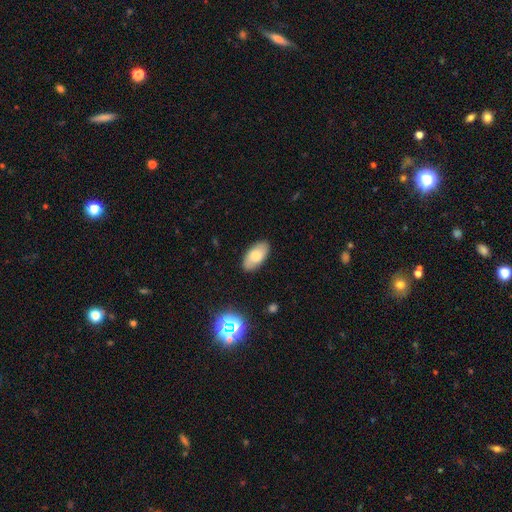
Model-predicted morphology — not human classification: Smooth or featured? Predicted: smooth (p=0.73). How rounded? Predicted: in between (p=0.94). Merging? Predicted: none (p=0.86).